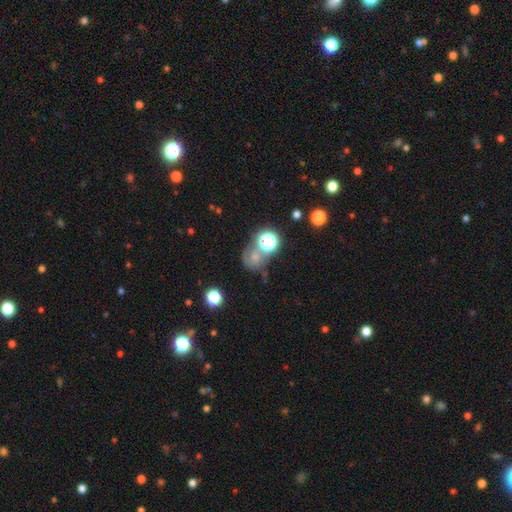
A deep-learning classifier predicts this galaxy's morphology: smooth 40%, star or artifact 35%, featured or disk 25%. Down the decision tree: merging — none (46%).